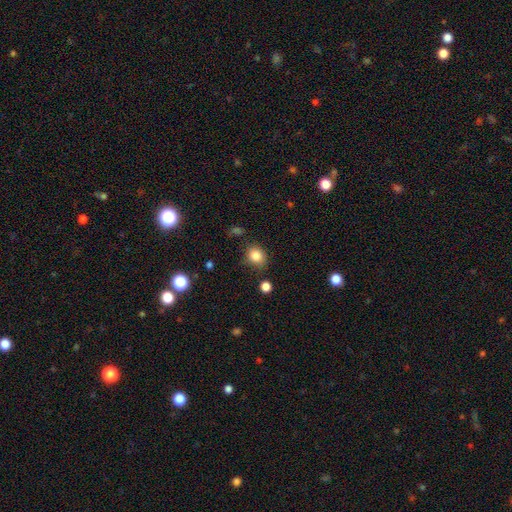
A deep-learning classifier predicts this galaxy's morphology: Smooth or featured? smooth (84%)
How rounded? round (64%)
Merging? none (74%)